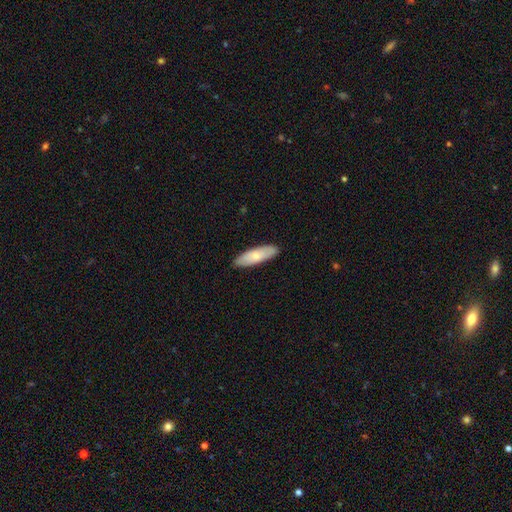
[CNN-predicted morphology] smooth 73%, featured or disk 22%, star or artifact 5%. Down the decision tree: how rounded — in between (51%); merging — none (88%).